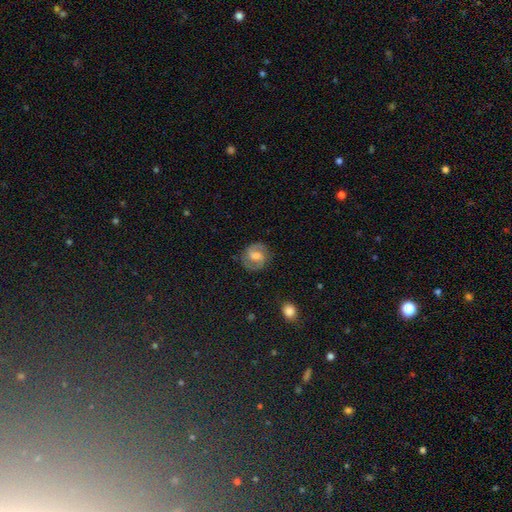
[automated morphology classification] A featured or disk galaxy (71%) with a weak bar (53%), 2 (90%) medium (53%) spiral arms (93%) and a moderate central bulge (49%). Merging: none (82%).